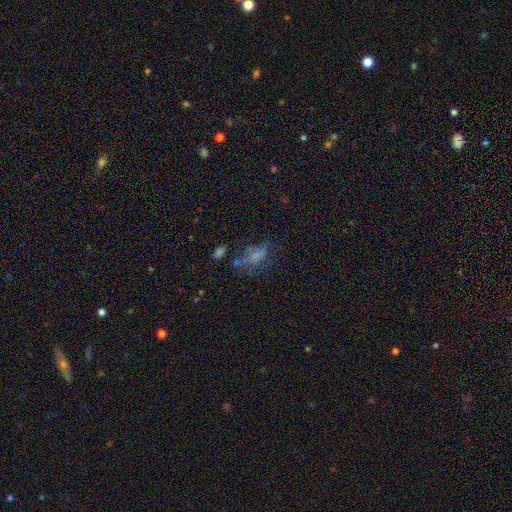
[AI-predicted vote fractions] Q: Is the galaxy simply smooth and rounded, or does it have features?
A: smooth — 50%.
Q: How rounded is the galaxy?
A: in between — 72%.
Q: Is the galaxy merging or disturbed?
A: none — 44%.